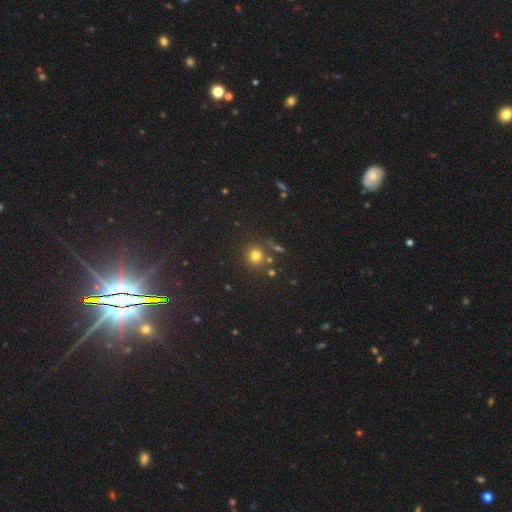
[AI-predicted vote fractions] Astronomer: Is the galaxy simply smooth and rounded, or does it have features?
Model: smooth — 72%.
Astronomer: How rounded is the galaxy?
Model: round — 90%.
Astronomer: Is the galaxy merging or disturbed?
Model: none — 77%.